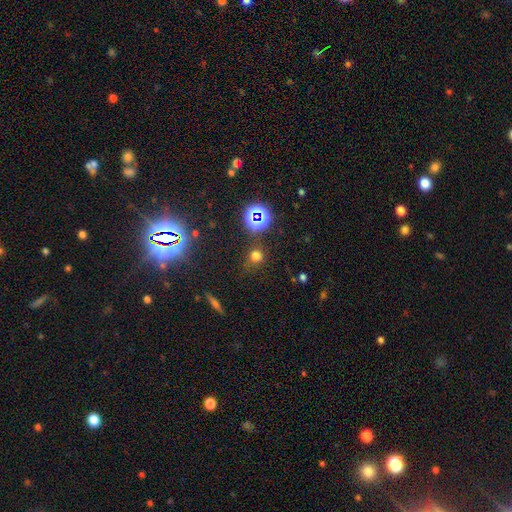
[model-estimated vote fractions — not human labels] smooth-or-featured: smooth: 66% | star or artifact: 28% | featured or disk: 7%
  how-rounded: round: 87% | in between: 12% | cigar-shaped: 1%
  merging: none: 79% | minor disturbance: 12% | major disturbance: 5% | merger: 5%